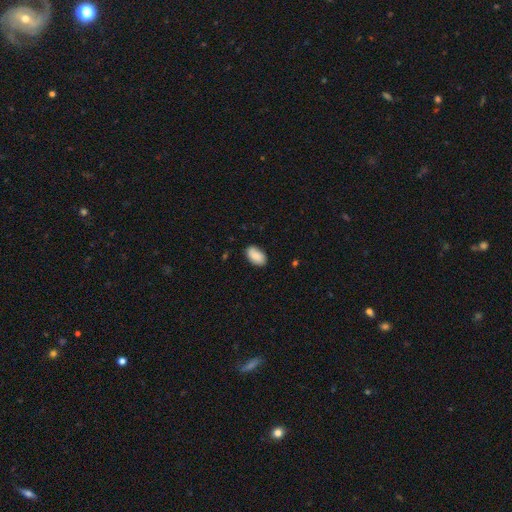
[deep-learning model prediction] This is clearly a smooth galaxy (84%). How rounded: clearly in between (92%). Merging: clearly none (81%).